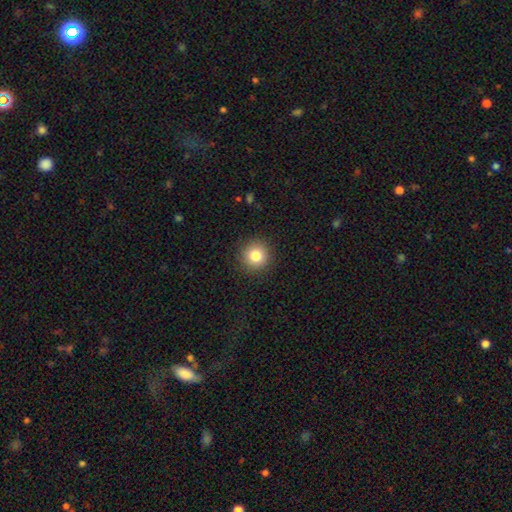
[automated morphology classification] A smooth galaxy with no disk features (82%) that is round (94%). Merging: none (91%).